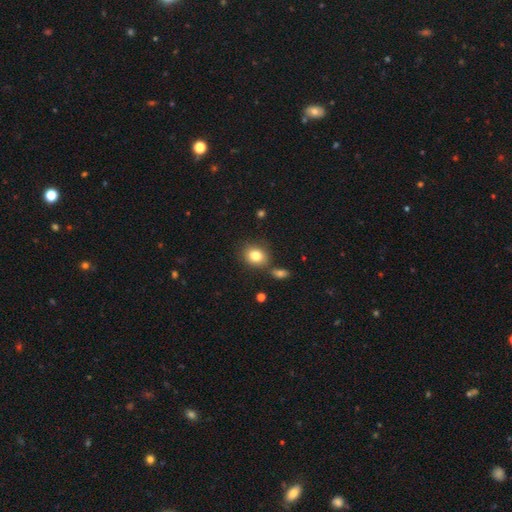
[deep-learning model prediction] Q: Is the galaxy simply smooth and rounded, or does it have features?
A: smooth — 82%.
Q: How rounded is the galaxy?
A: round — 55%.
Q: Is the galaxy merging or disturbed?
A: none — 73%.